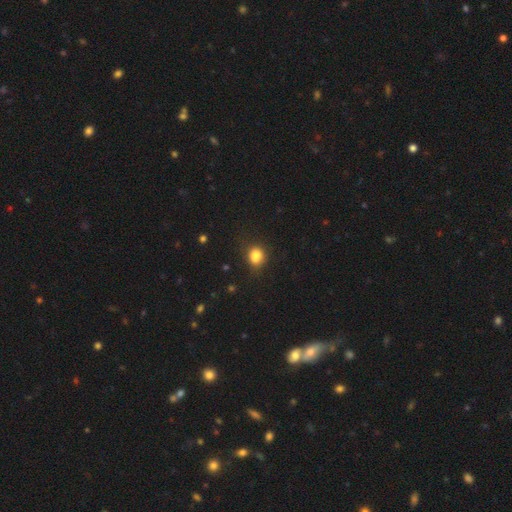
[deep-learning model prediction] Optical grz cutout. It shows a smooth galaxy with no disk features (82%) that is round (58%). Merging: none (65%).